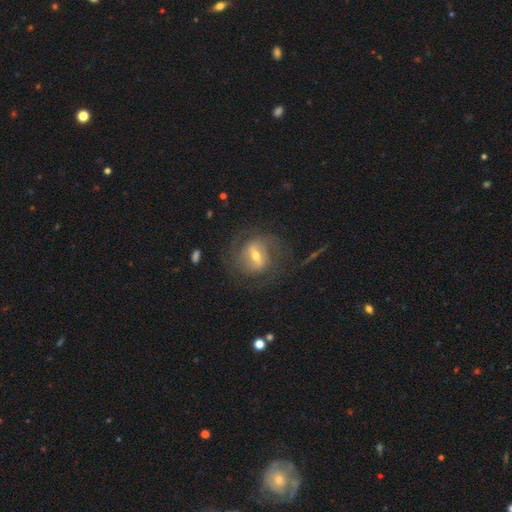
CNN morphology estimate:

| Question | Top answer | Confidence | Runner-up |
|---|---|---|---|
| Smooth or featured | featured or disk | 78% | smooth (14%) |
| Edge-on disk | no | 94% | yes (6%) |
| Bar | strong | 44% | weak (42%) |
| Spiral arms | yes | 86% | no (14%) |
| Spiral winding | medium | 42% | tight (38%) |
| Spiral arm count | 2 | 47% | can't tell (28%) |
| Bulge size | moderate | 56% | small (36%) |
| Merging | none | 67% | minor disturbance (16%) |